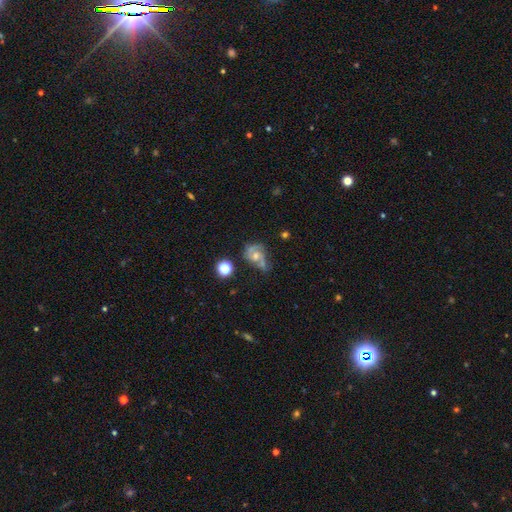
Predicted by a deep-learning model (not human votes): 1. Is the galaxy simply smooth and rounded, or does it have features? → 58% featured or disk, 25% smooth, 17% star or artifact.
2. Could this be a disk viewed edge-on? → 96% no, 4% yes.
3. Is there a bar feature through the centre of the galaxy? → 71% no, 23% weak, 6% strong.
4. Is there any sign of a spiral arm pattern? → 74% yes, 26% no.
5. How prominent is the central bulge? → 60% moderate, 30% small, 5% large, 4% none, 2% dominant.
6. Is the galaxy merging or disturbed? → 40% none, 22% minor disturbance, 22% major disturbance, 17% merger.